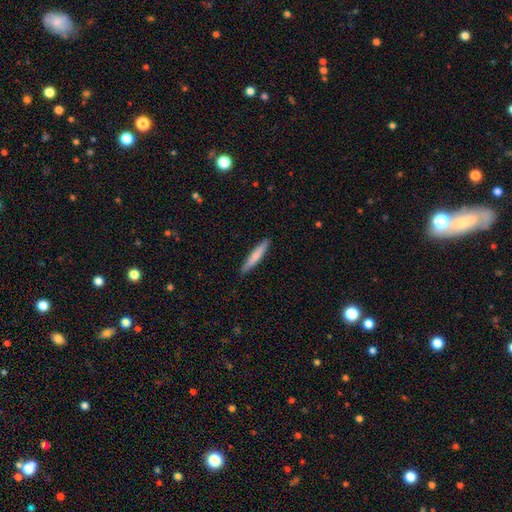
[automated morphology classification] Smooth or featured?
  - smooth: 75% *
  - featured or disk: 20%
  - star or artifact: 5%
How rounded?
  - cigar-shaped: 94% *
  - in between: 5%
  - round: 1%
Merging?
  - none: 91% *
  - minor disturbance: 6%
  - major disturbance: 1%
  - merger: 1%